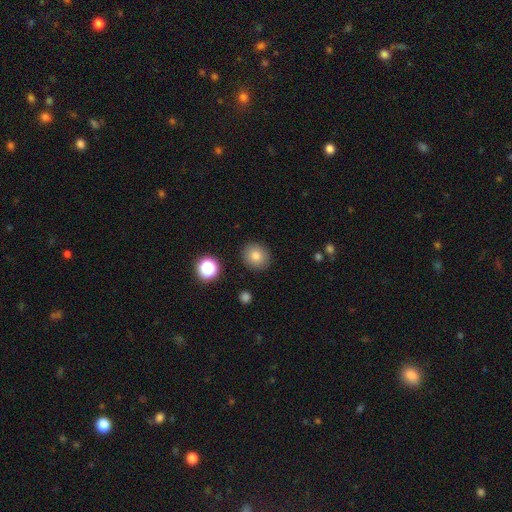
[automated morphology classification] Overall: smooth (81%). How rounded: round (83%). Merging: none (89%).